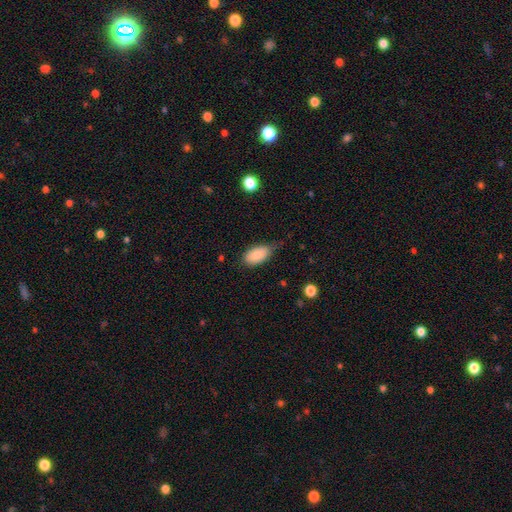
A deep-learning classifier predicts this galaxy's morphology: Q: Smooth or featured?
A: smooth (86%); runner-up: star or artifact (7%)
Q: How rounded?
A: in between (93%); runner-up: cigar-shaped (3%)
Q: Merging?
A: none (53%); runner-up: minor disturbance (37%)